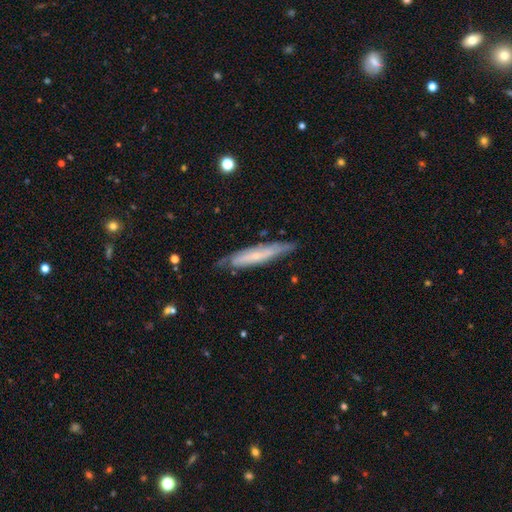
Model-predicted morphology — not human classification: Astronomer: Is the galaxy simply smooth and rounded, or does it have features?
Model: featured or disk — 58% (runner-up: smooth, 36%).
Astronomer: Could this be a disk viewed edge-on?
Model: yes — 62% (runner-up: no, 38%).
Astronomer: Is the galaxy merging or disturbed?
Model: none — 73%.